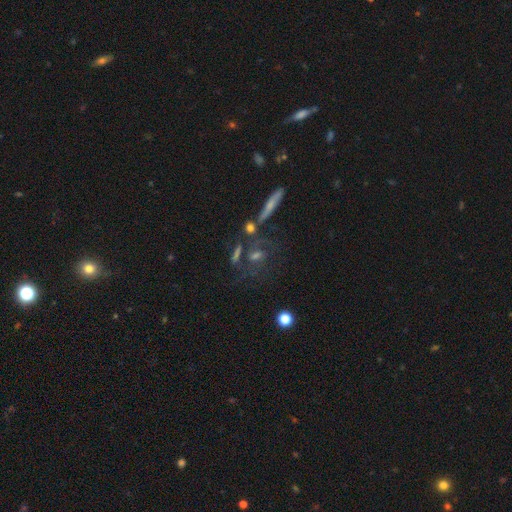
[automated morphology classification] This appears to be a featured or disk galaxy (48%). Merging: none (53%).